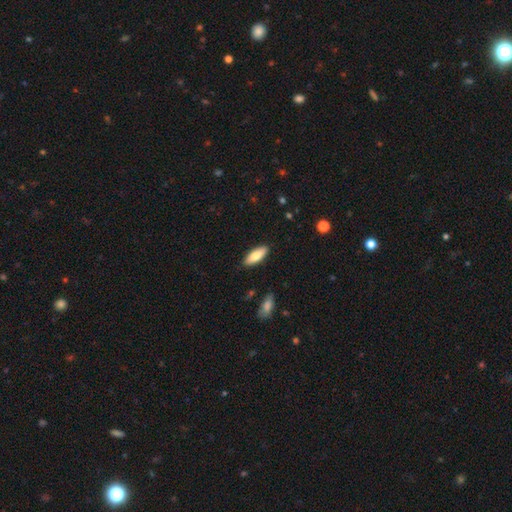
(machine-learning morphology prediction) Smooth or featured? Predicted: smooth (p=0.78). How rounded? Predicted: in between (p=0.69). Merging? Predicted: none (p=0.89).